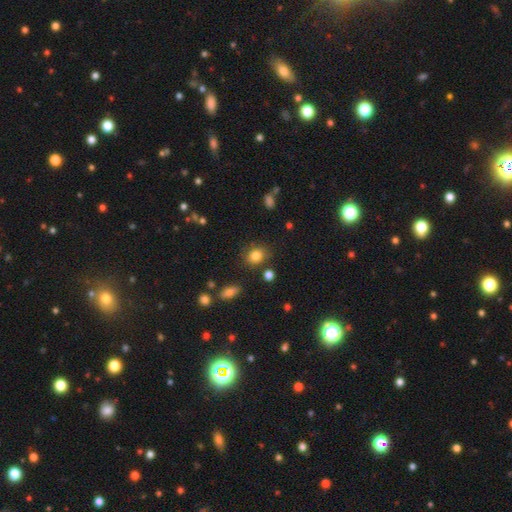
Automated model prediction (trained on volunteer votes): This is clearly a smooth galaxy (83%). How rounded: possibly round (58%). Merging: likely none (79%).